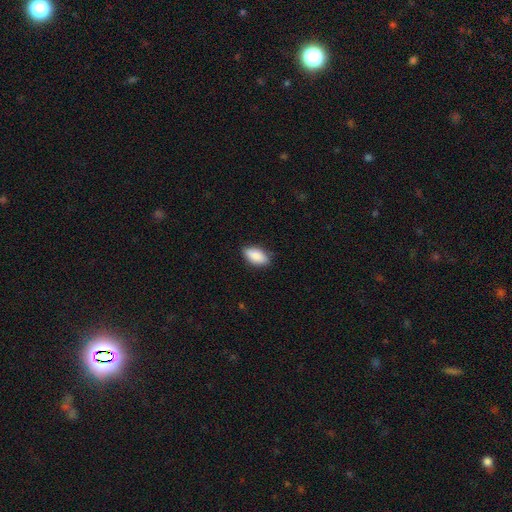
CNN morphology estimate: smooth_or_featured: smooth (p=0.88) [alt: star or artifact p=0.06]
how_rounded: in between (p=0.91) [alt: cigar-shaped p=0.06]
merging: none (p=0.82) [alt: minor disturbance p=0.14]